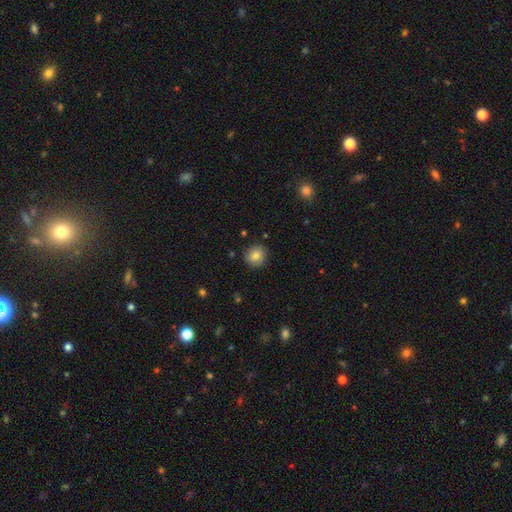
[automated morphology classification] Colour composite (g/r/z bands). It shows a smooth galaxy with no disk features (80%) that is round (90%). Merging: none (87%).